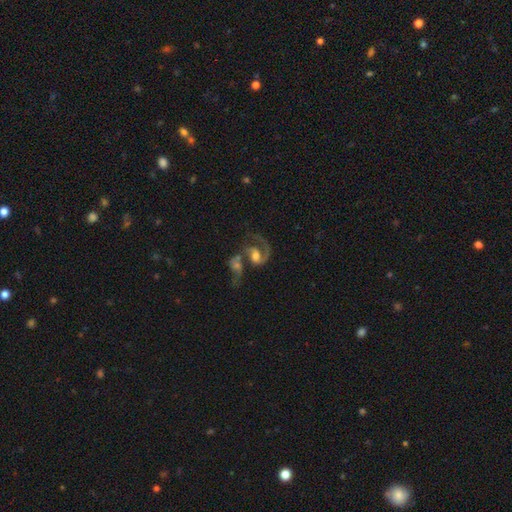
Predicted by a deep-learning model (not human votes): This appears to be a featured or disk galaxy (80%) with no bar (51%), 2 (58%) medium (47%) spiral arms (92%) and a moderate central bulge (58%). Merging: merger (60%).